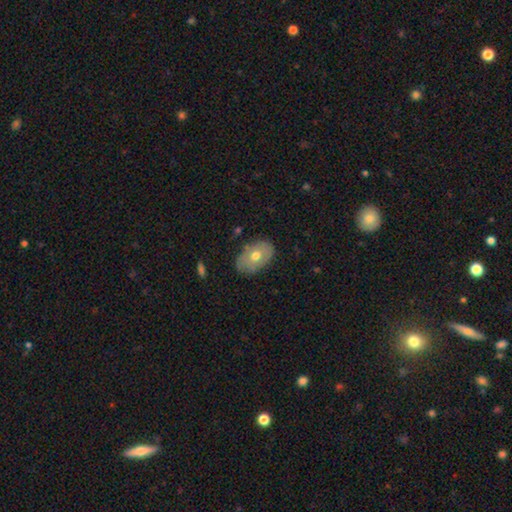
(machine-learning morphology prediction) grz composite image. It shows a smooth galaxy with no disk features (58%) that is in between round and cigar-shaped (85%). Merging: none (78%).